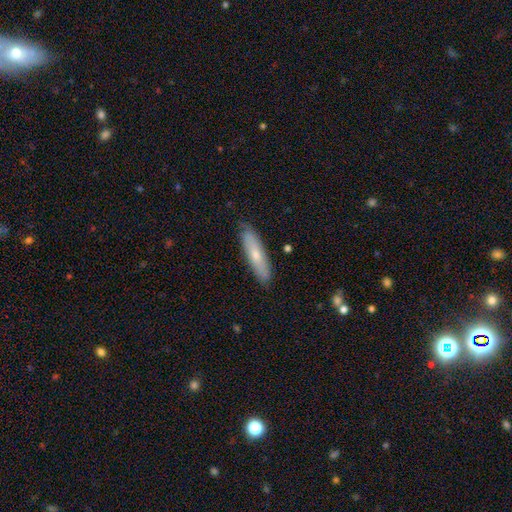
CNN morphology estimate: Smooth or featured: smooth — 66% (featured or disk — 28%)
How rounded: cigar-shaped — 68% (in between — 30%)
Merging: none — 83% (minor disturbance — 14%)